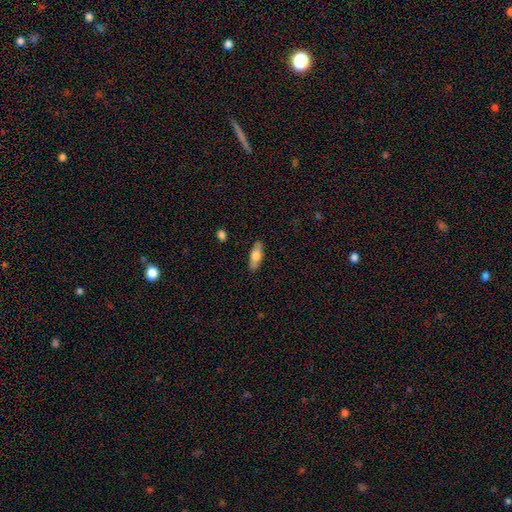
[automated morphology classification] This appears to be a smooth galaxy with no disk features (67%) that is in between round and cigar-shaped (64%). Merging: none (88%).